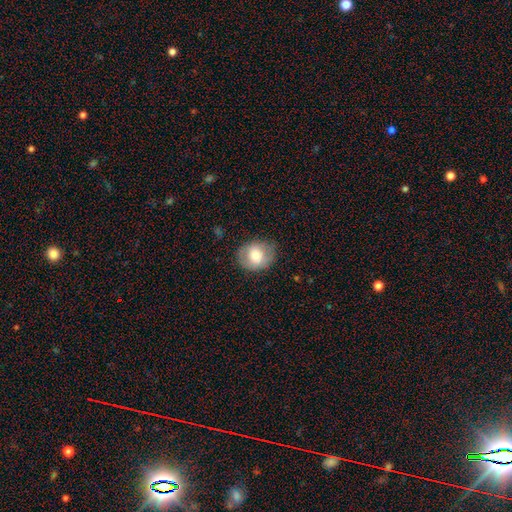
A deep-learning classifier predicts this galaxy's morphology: Smooth or featured: smooth — 68% (featured or disk — 24%)
How rounded: round — 57% (in between — 42%)
Merging: none — 80% (minor disturbance — 14%)